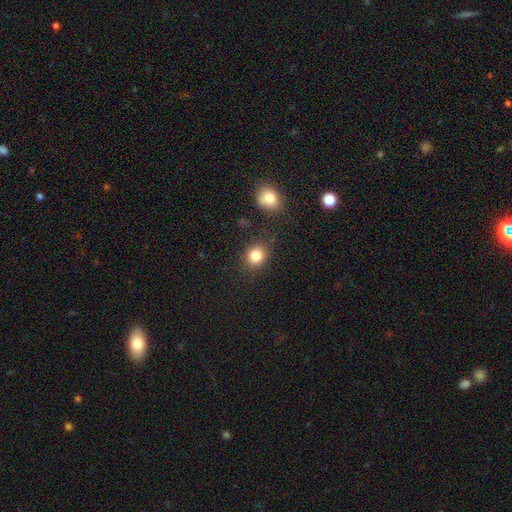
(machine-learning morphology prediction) smooth_or_featured: smooth (p=0.83) [alt: star or artifact p=0.11]
how_rounded: round (p=0.72) [alt: in between p=0.27]
merging: none (p=0.82) [alt: minor disturbance p=0.10]